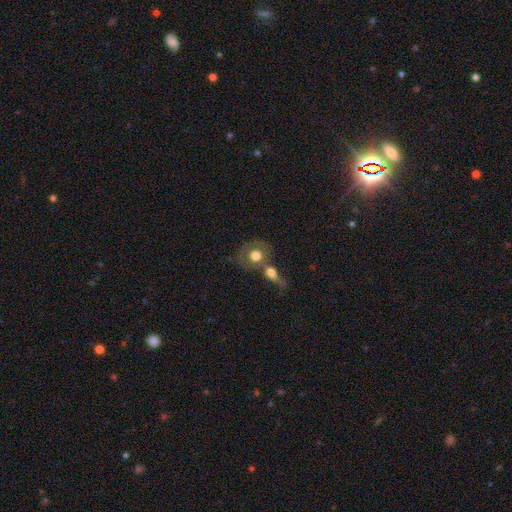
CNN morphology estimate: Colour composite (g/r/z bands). It shows a smooth galaxy with no disk features (60%) that is round (72%). Merging: merger (42%).